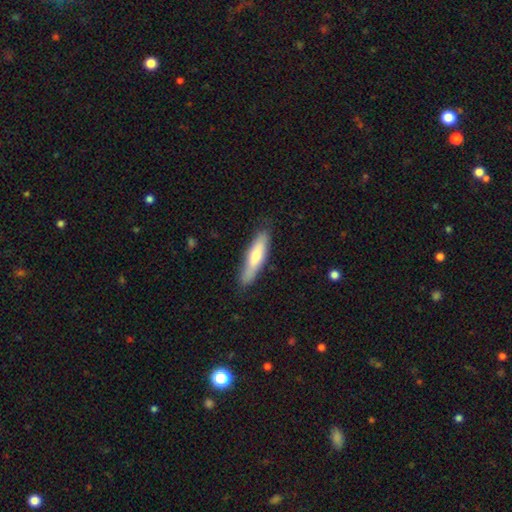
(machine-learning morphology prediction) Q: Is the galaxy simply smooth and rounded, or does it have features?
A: smooth — 63%.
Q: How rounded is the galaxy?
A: cigar-shaped — 76%.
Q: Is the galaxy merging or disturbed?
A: none — 82%.